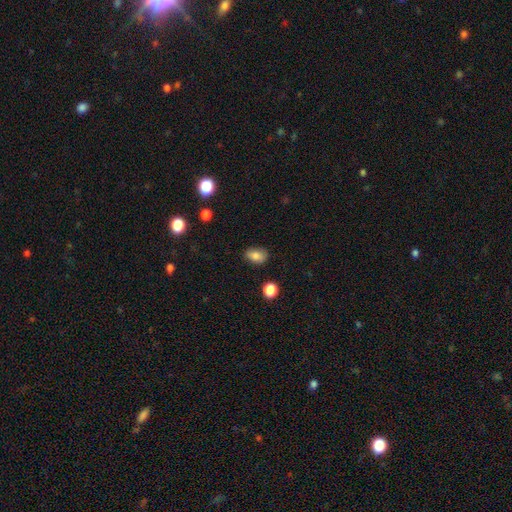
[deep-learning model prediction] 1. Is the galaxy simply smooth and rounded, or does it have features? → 82% smooth, 10% star or artifact, 8% featured or disk.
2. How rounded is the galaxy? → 81% in between, 17% round, 2% cigar-shaped.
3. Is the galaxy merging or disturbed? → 78% none, 17% minor disturbance, 3% major disturbance, 2% merger.